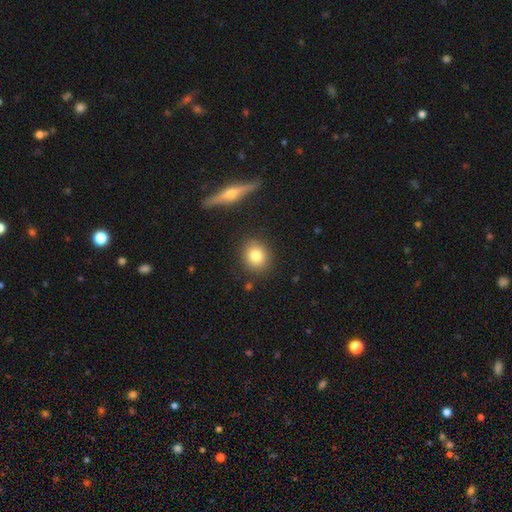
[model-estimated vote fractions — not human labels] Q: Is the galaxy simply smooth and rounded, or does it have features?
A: smooth — 81%.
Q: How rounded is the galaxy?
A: round — 76%.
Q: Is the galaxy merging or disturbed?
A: none — 86%.